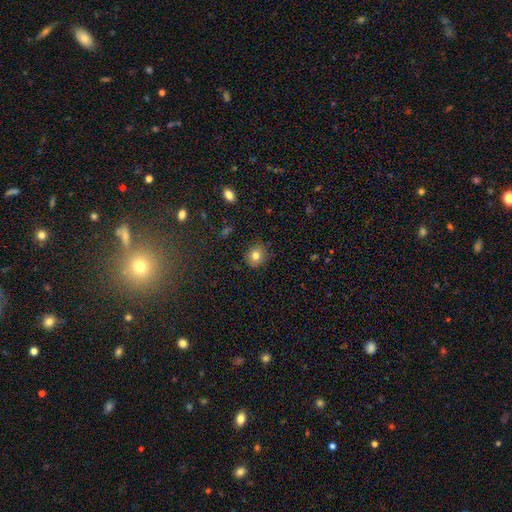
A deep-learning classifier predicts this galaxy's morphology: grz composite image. It shows a smooth galaxy with no disk features (80%) that is round (80%). Merging: none (86%).